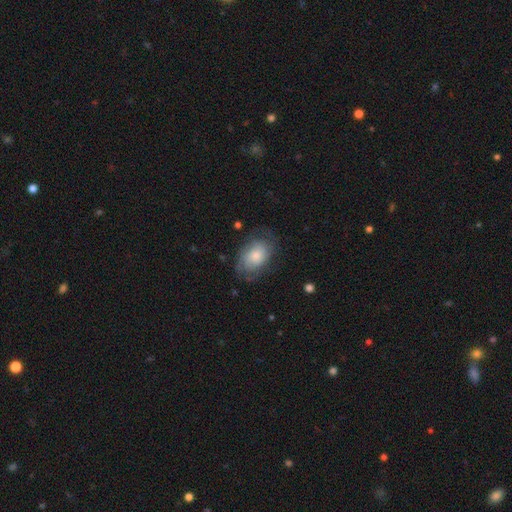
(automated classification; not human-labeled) smooth-or-featured: smooth: 50% | featured or disk: 43% | star or artifact: 7%
  how-rounded: in between: 82% | round: 17% | cigar-shaped: 1%
  merging: none: 63% | minor disturbance: 23% | major disturbance: 13% | merger: 1%